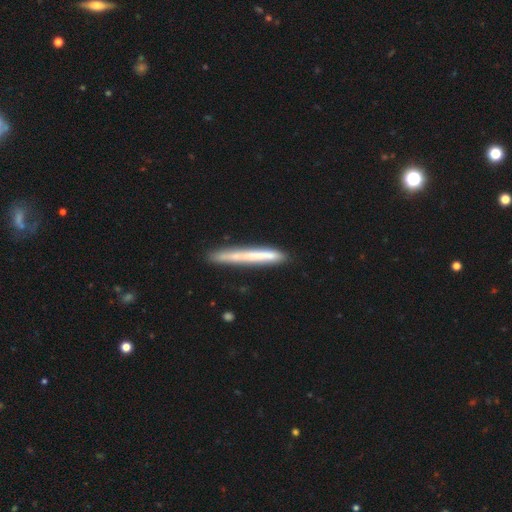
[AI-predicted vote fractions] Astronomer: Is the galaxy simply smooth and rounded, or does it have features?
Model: smooth — 55% (runner-up: featured or disk, 39%).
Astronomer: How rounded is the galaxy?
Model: cigar-shaped — 97%.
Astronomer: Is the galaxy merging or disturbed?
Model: none — 83%.